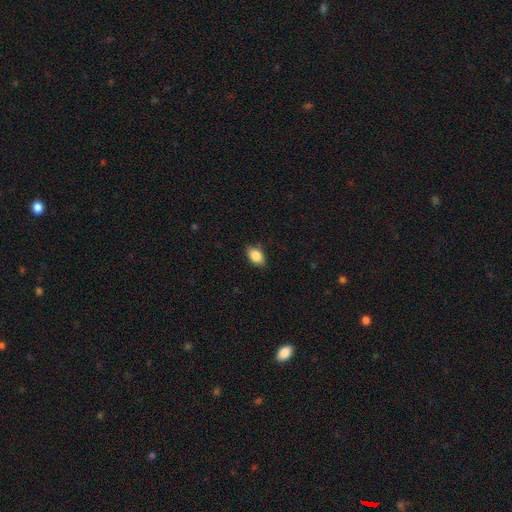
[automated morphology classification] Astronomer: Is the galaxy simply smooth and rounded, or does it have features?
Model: smooth — 84%.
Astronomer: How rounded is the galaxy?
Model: in between — 86%.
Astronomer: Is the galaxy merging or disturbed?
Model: none — 82%.